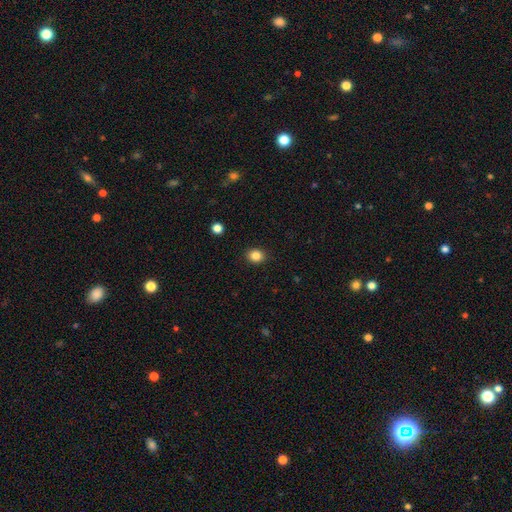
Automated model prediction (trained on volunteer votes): Smooth or featured? Predicted: smooth (p=0.85). How rounded? Predicted: round (p=0.64). Merging? Predicted: none (p=0.90).